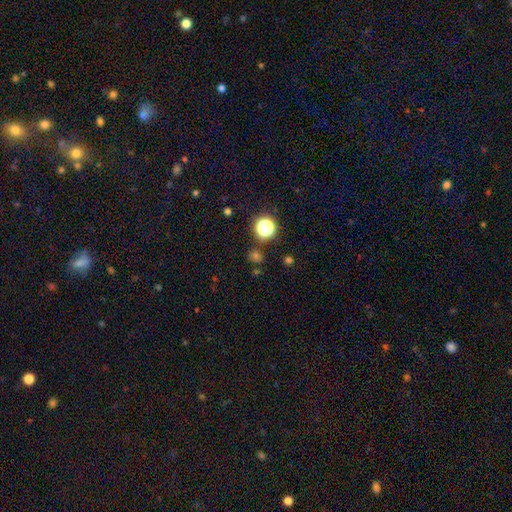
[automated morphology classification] type=star or artifact (51%).